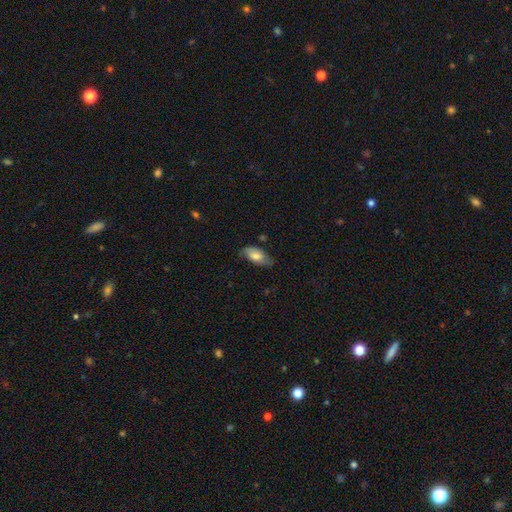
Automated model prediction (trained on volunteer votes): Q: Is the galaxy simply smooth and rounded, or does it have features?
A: smooth — 71%.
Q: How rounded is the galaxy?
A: in between — 91%.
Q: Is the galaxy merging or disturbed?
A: none — 67%.